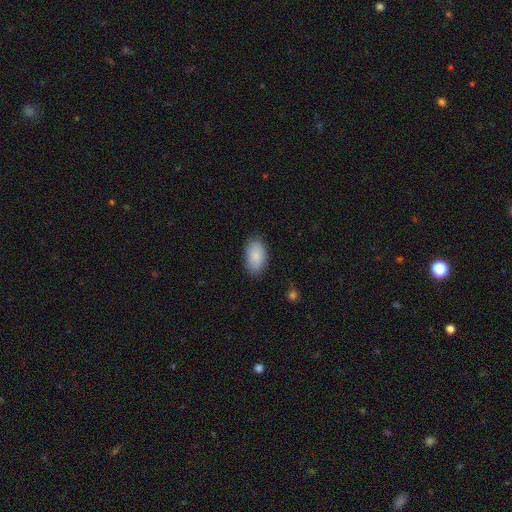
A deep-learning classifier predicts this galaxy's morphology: Smooth or featured? smooth (88%)
How rounded? in between (94%)
Merging? none (84%)